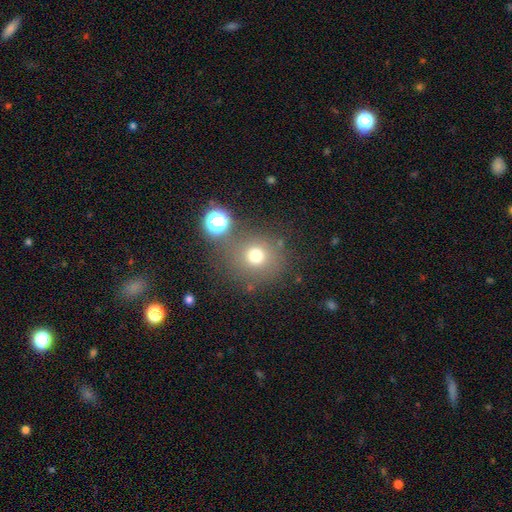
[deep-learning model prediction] Smooth or featured?
  - smooth: 72% *
  - star or artifact: 18%
  - featured or disk: 10%
How rounded?
  - round: 89% *
  - in between: 10%
  - cigar-shaped: 1%
Merging?
  - none: 74% *
  - minor disturbance: 11%
  - merger: 9%
  - major disturbance: 6%